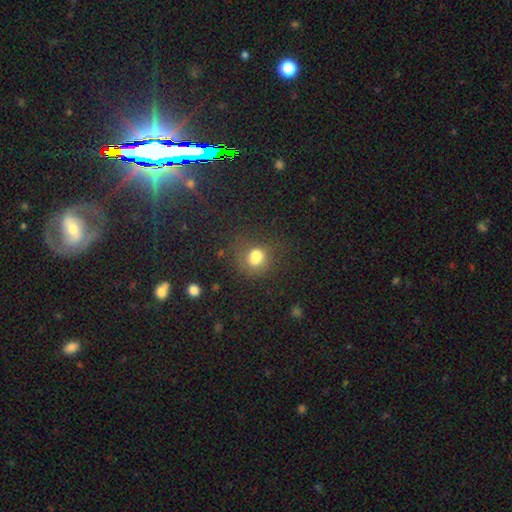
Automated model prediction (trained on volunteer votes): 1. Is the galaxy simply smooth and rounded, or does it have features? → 77% smooth, 15% star or artifact, 8% featured or disk.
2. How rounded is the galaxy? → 62% round, 37% in between, 1% cigar-shaped.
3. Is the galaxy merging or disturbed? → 61% none, 21% minor disturbance, 13% major disturbance, 5% merger.